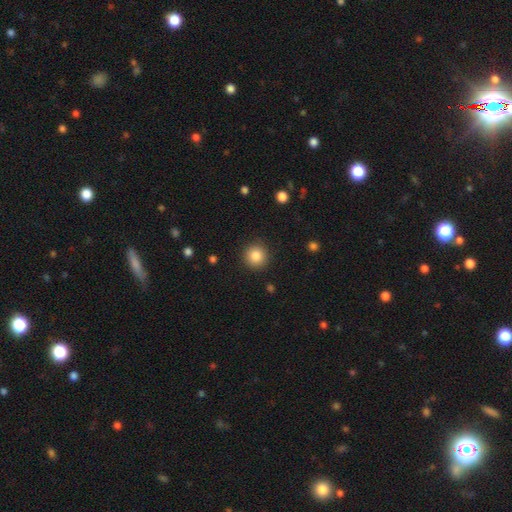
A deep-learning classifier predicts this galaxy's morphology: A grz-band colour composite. It shows a smooth galaxy with no disk features (84%) that is round (94%). Merging: none (91%).